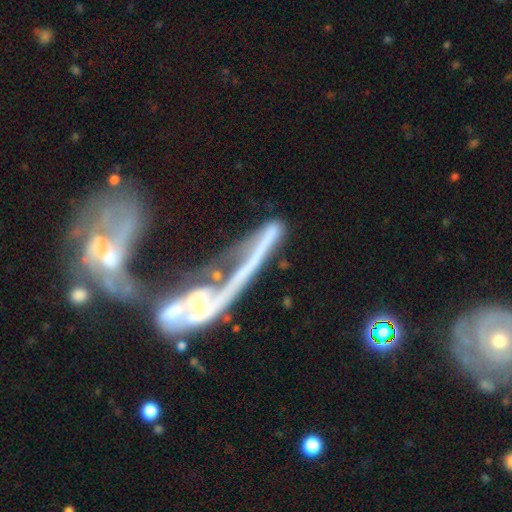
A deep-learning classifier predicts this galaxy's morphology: A featured or disk galaxy (66%).

Vote fractions:
- Smooth or featured? featured or disk: 66% / smooth: 22% / star or artifact: 12%
- Edge-on disk? no: 69% / yes: 31%
- Merging? merger: 59% / major disturbance: 20% / none: 12% / minor disturbance: 8%